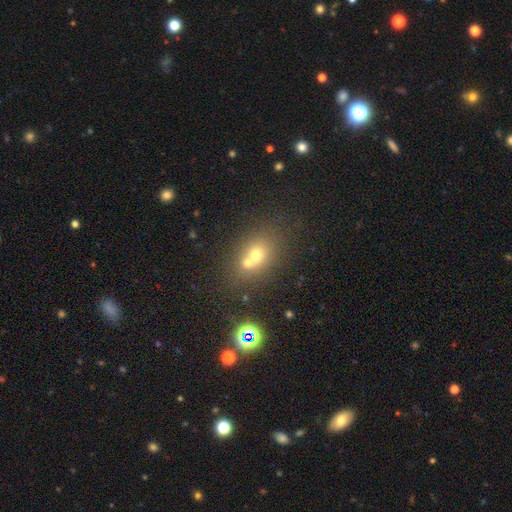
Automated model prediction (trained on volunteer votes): The model was most divided on "how rounded": round: 51%, in between: 47%, cigar-shaped: 2%. More confident: smooth or featured — smooth (60%); merging — merger (52%).